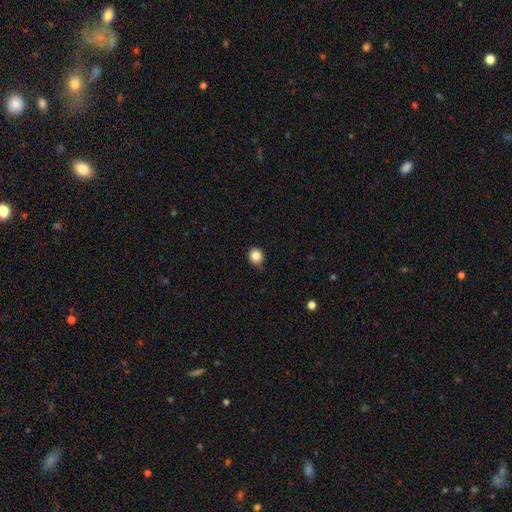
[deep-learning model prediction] smooth-or-featured: smooth: 85% | star or artifact: 11% | featured or disk: 5%
  how-rounded: round: 88% | in between: 11% | cigar-shaped: 1%
  merging: none: 80% | minor disturbance: 16% | major disturbance: 2% | merger: 2%